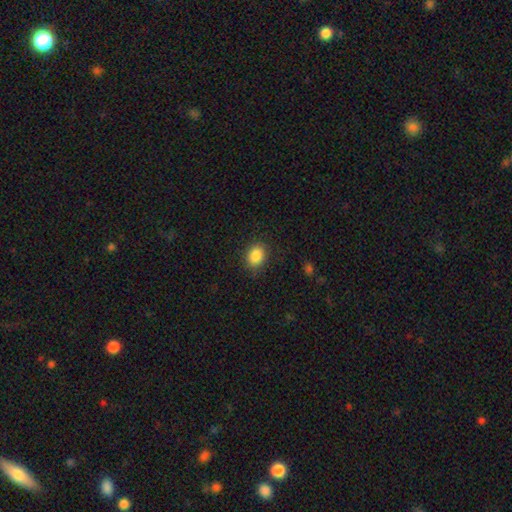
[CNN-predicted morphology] This appears to be a smooth galaxy with no disk features (87%) that is in between round and cigar-shaped (51%). Merging: none (83%).